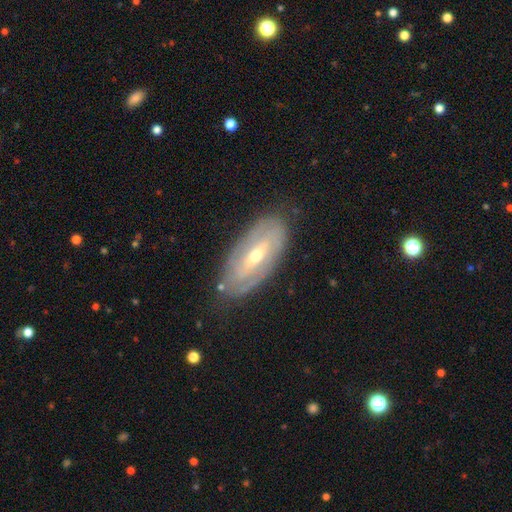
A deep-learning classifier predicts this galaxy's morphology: Q: Smooth or featured?
A: featured or disk (78%); runner-up: smooth (16%)
Q: Edge-on disk?
A: no (88%); runner-up: yes (12%)
Q: Bar?
A: weak (41%); runner-up: strong (31%)
Q: Spiral arms?
A: yes (79%); runner-up: no (21%)
Q: Spiral winding?
A: tight (66%); runner-up: medium (25%)
Q: Spiral arm count?
A: 2 (42%); runner-up: can't tell (40%)
Q: Bulge size?
A: moderate (49%); runner-up: small (48%)
Q: Merging?
A: none (80%); runner-up: minor disturbance (15%)